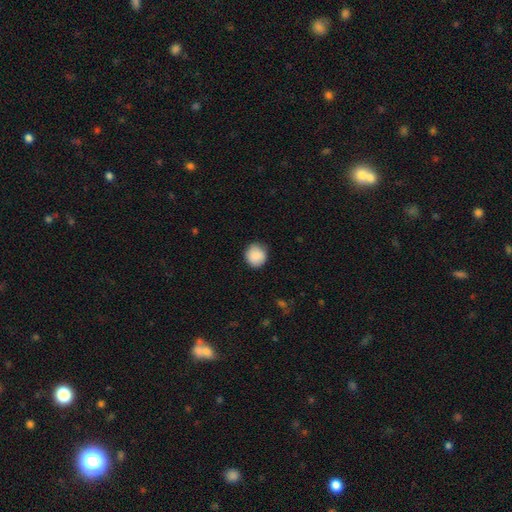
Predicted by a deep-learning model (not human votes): Smooth or featured: smooth — 89% (star or artifact — 7%)
How rounded: round — 91% (in between — 9%)
Merging: none — 85% (minor disturbance — 11%)